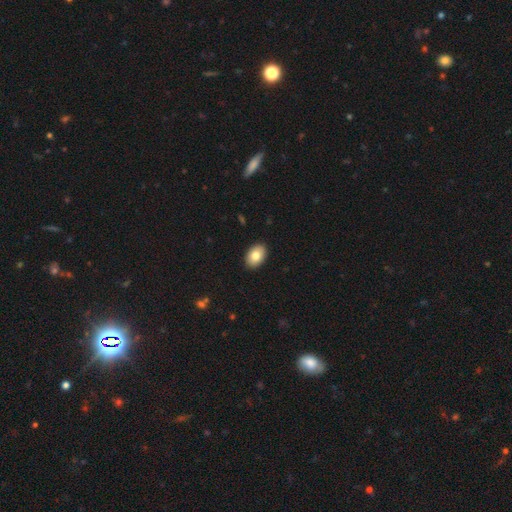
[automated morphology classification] Overall: smooth (81%). How rounded: in between (88%). Merging: none (91%).